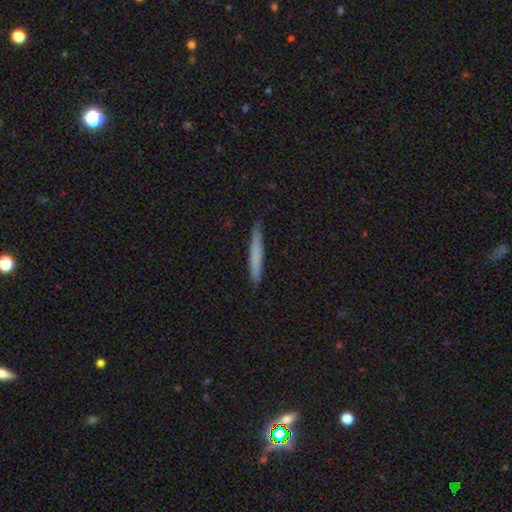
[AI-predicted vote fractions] A smooth galaxy with no disk features (70%) that is cigar-shaped (96%).

Vote fractions:
- Smooth or featured? smooth: 70% / featured or disk: 24% / star or artifact: 6%
- How rounded? cigar-shaped: 96% / in between: 3% / round: 1%
- Merging? none: 88% / minor disturbance: 9% / major disturbance: 1% / merger: 1%